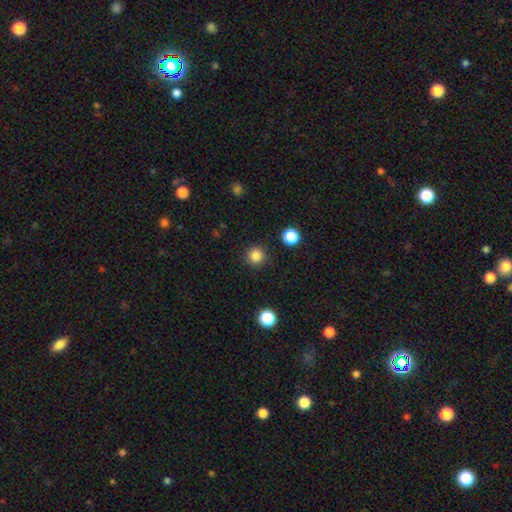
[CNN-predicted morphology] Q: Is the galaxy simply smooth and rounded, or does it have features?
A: smooth — 85%.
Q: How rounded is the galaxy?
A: round — 95%.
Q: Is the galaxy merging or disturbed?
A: none — 91%.